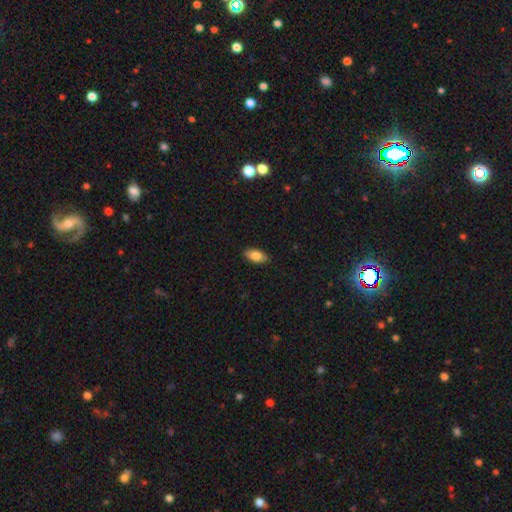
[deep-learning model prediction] A smooth galaxy with no disk features (83%) that is in between round and cigar-shaped (92%). Merging: none (88%).